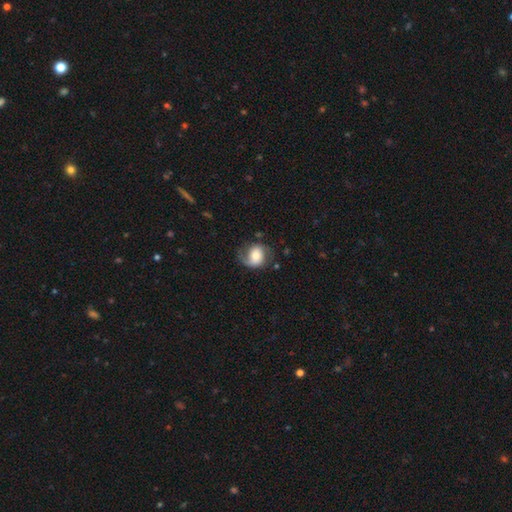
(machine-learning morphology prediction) Overall: featured or disk (52%; smooth 41%). Edge-on disk: no (97%). Bar: no (60%; weak 29%). Spiral arms: yes (85%). Bulge size: moderate (60%; small 22%). Merging: none (53%; minor disturbance 25%).